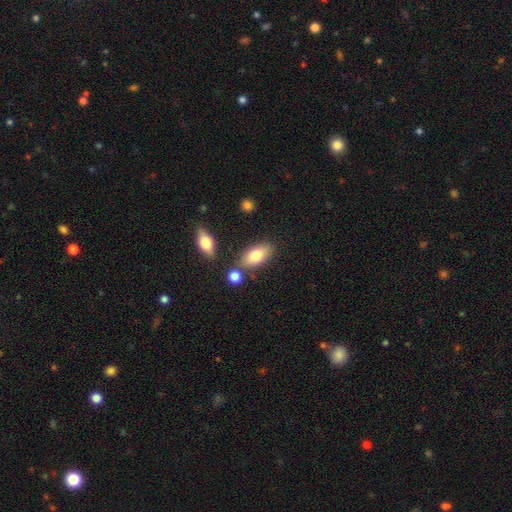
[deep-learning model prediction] Morphology: type=smooth (79%); roundness=in between (89%); merging=none (71%).